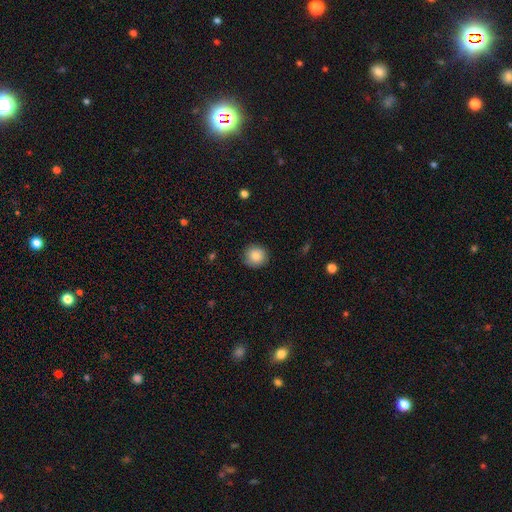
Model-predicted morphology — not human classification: This appears to be a smooth galaxy with no disk features (86%) that is round (92%). Merging: none (89%).